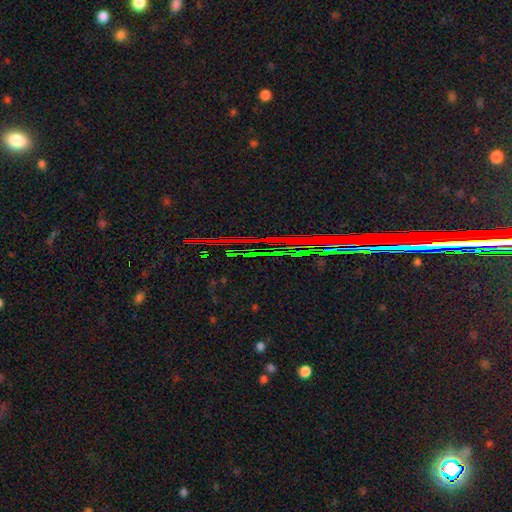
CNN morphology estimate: A star or artifact, not a galaxy (80%).